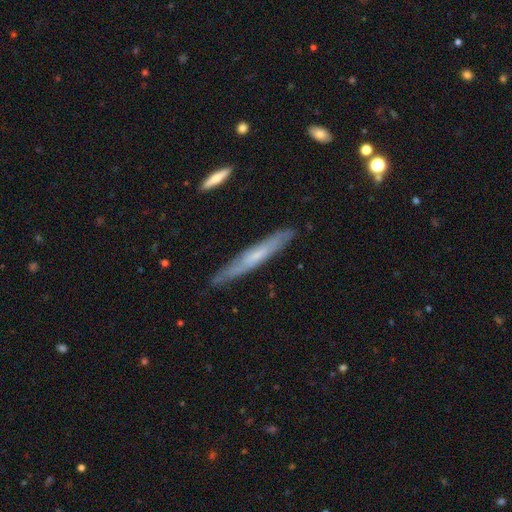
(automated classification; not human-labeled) A featured or disk galaxy (52%) viewed edge-on (82%).

Vote fractions:
- Smooth or featured? featured or disk: 52% / smooth: 42% / star or artifact: 6%
- Edge-on disk? yes: 82% / no: 18%
- Merging? none: 81% / minor disturbance: 15% / major disturbance: 2% / merger: 2%